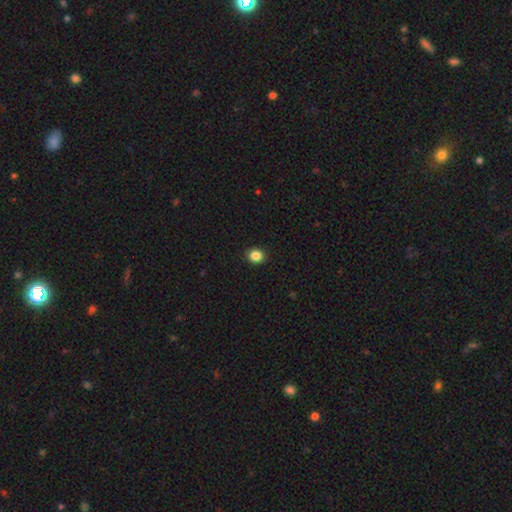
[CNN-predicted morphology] smooth-or-featured: smooth: 86% | star or artifact: 11% | featured or disk: 3%
  how-rounded: round: 77% | in between: 22% | cigar-shaped: 1%
  merging: none: 92% | minor disturbance: 5% | major disturbance: 2% | merger: 1%